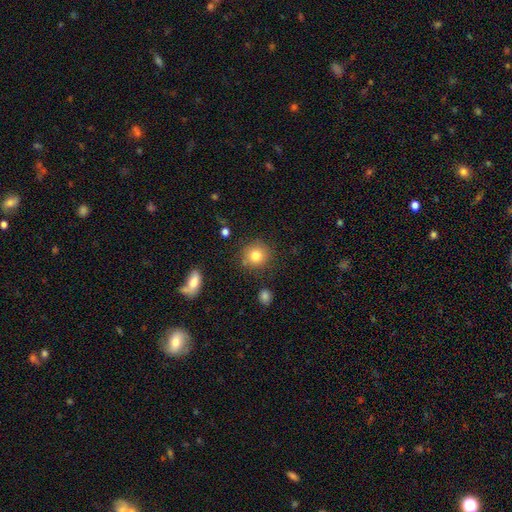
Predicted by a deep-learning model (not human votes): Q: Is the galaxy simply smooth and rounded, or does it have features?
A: smooth — 82%.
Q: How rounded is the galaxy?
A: round — 90%.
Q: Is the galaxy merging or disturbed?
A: none — 83%.